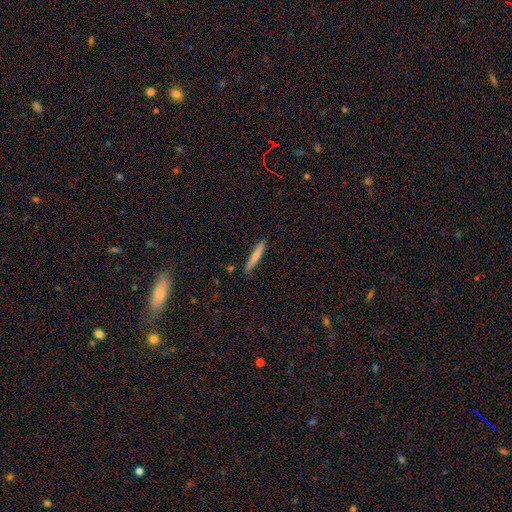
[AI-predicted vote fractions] Smooth or featured? smooth (70%)
How rounded? cigar-shaped (94%)
Merging? none (88%)